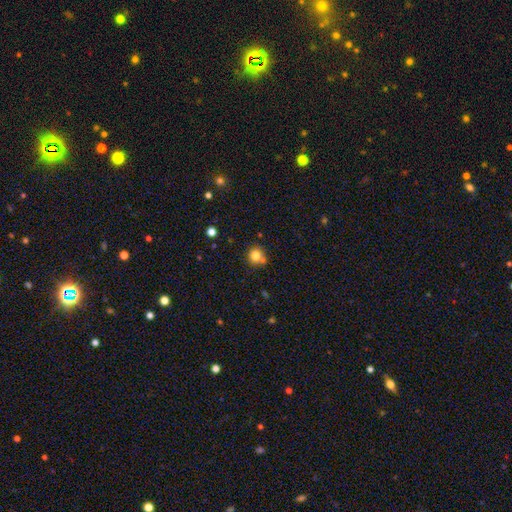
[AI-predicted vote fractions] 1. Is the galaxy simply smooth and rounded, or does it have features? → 81% smooth, 12% star or artifact, 8% featured or disk.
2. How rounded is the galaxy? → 89% round, 10% in between, 1% cigar-shaped.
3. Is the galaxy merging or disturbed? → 69% none, 15% minor disturbance, 12% merger, 4% major disturbance.